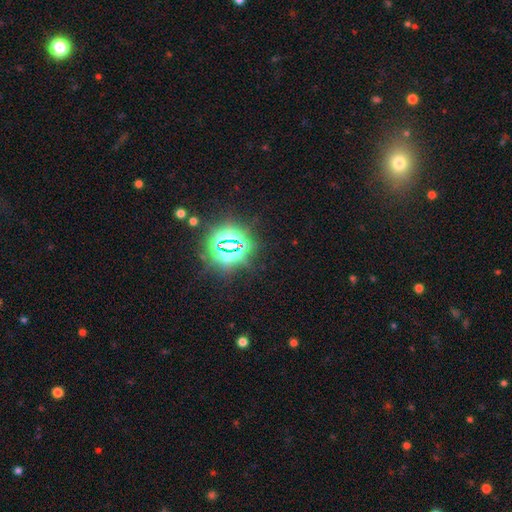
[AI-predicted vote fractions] Overall: star or artifact (79%).